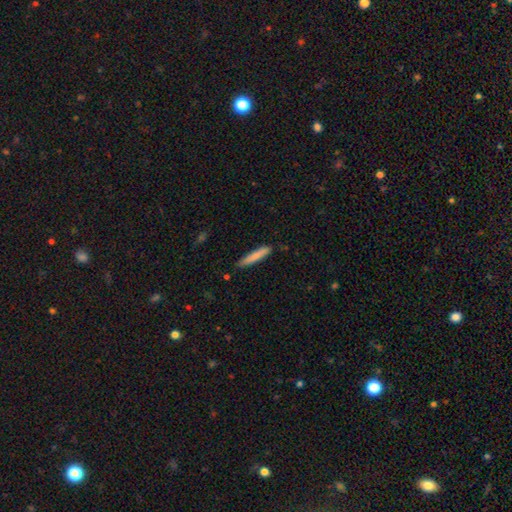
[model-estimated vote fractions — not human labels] Smooth or featured? Predicted: smooth (p=0.81). How rounded? Predicted: cigar-shaped (p=0.93). Merging? Predicted: none (p=0.85).